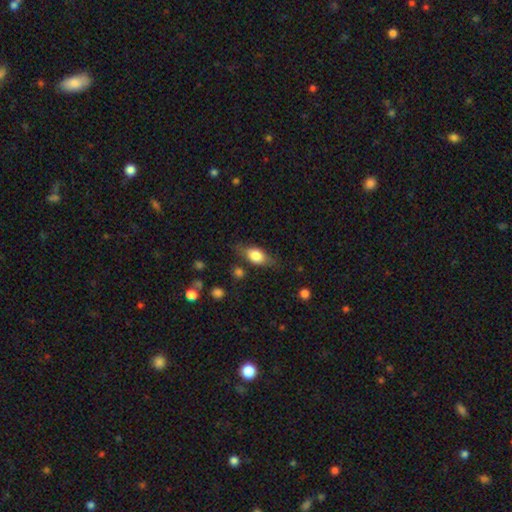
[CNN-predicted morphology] Smooth or featured? smooth (72%)
How rounded? in between (81%)
Merging? none (68%)